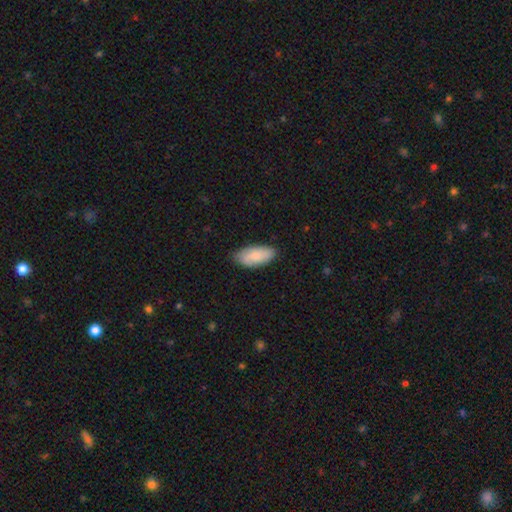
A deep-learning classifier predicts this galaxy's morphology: Smooth or featured?
  - smooth: 79% *
  - featured or disk: 15%
  - star or artifact: 6%
How rounded?
  - in between: 92% *
  - cigar-shaped: 6%
  - round: 2%
Merging?
  - none: 77% *
  - minor disturbance: 19%
  - major disturbance: 3%
  - merger: 1%